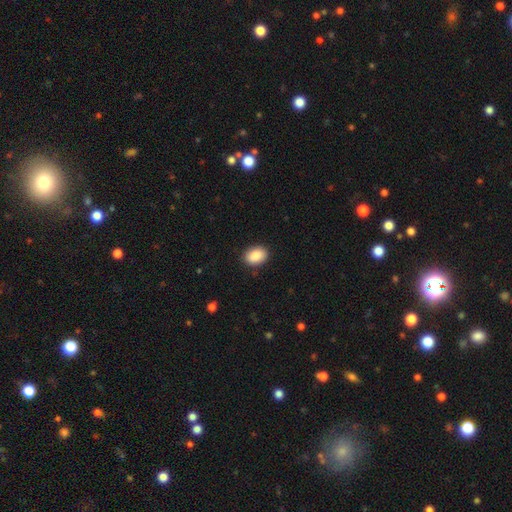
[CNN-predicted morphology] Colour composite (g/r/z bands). It shows a smooth galaxy with no disk features (89%) that is in between round and cigar-shaped (80%). Merging: none (89%).